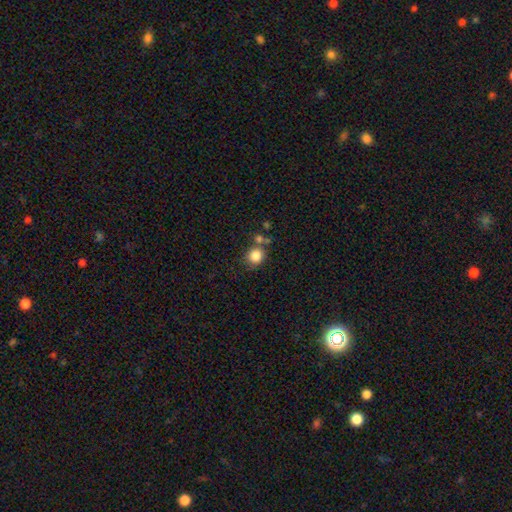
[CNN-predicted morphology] Smooth or featured? Predicted: smooth (p=0.84). How rounded? Predicted: round (p=0.85). Merging? Predicted: none (p=0.67).